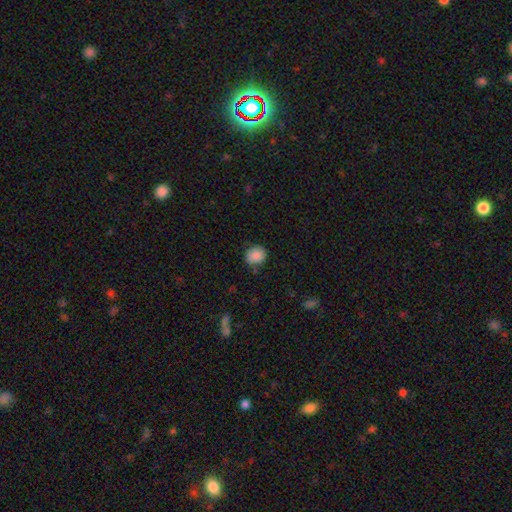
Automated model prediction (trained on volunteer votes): smooth 88%, star or artifact 9%, featured or disk 3%. Down the decision tree: how rounded — round (64%); merging — none (78%).